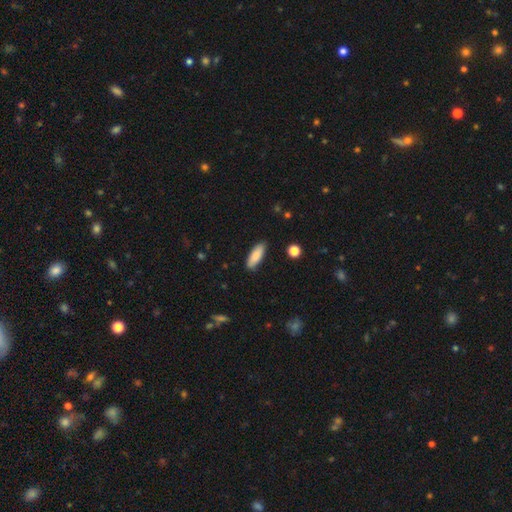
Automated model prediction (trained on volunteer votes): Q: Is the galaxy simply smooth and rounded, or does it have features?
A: smooth — 85%.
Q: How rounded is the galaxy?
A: in between — 64%.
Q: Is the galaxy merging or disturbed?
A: none — 87%.